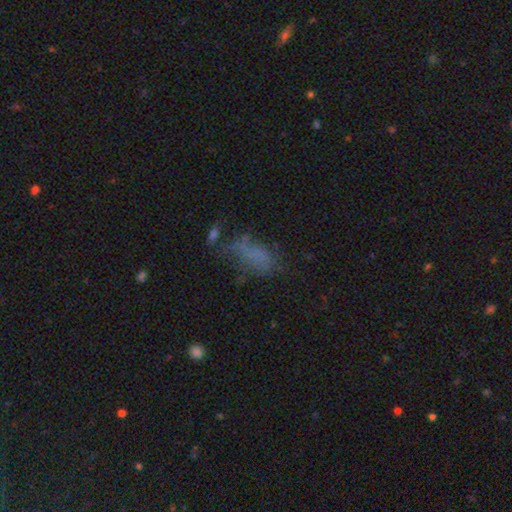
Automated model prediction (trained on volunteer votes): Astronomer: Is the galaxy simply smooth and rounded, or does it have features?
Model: smooth — 62%.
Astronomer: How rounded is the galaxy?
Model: in between — 78%.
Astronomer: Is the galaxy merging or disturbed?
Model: none — 40% (runner-up: major disturbance, 26%).